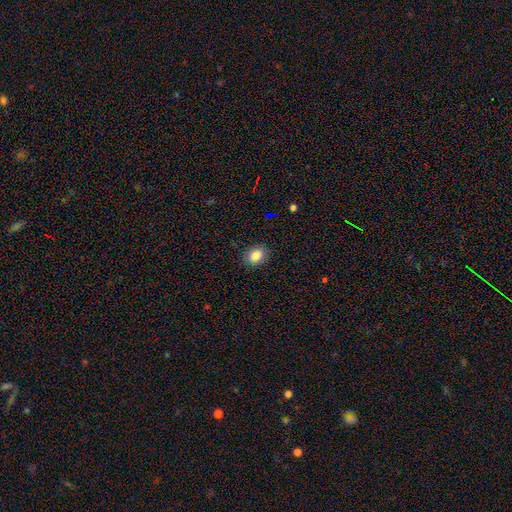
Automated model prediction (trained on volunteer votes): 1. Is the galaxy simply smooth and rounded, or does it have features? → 85% smooth, 9% star or artifact, 6% featured or disk.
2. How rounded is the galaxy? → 64% in between, 35% round, 1% cigar-shaped.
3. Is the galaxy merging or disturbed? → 86% none, 10% minor disturbance, 3% major disturbance, 1% merger.